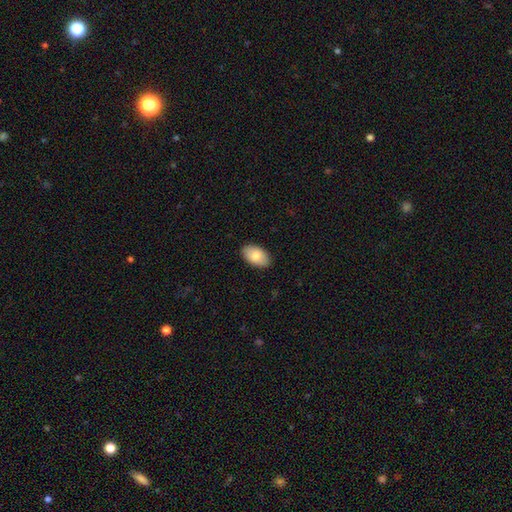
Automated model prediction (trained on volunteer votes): Q: Smooth or featured?
A: smooth (83%); runner-up: featured or disk (11%)
Q: How rounded?
A: in between (94%); runner-up: round (4%)
Q: Merging?
A: none (89%); runner-up: minor disturbance (9%)